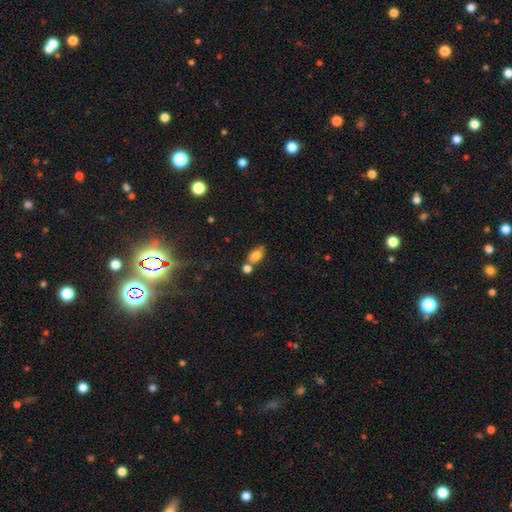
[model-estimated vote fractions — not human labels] Smooth or featured?
  - smooth: 80% *
  - featured or disk: 10%
  - star or artifact: 10%
How rounded?
  - in between: 85% *
  - round: 11%
  - cigar-shaped: 3%
Merging?
  - none: 55% *
  - merger: 28%
  - minor disturbance: 13%
  - major disturbance: 4%